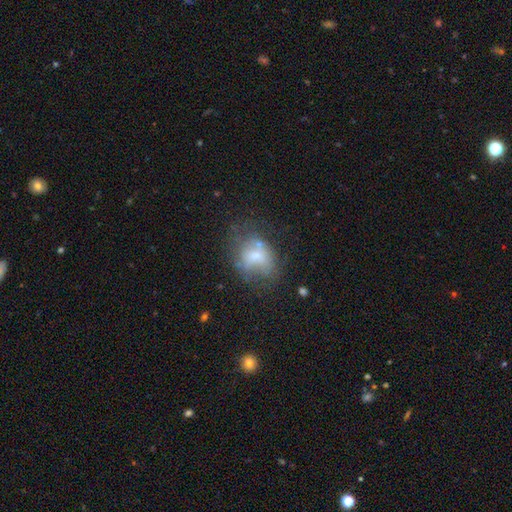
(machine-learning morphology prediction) Smooth or featured?
  - smooth: 49% *
  - featured or disk: 39%
  - star or artifact: 12%
Merging?
  - none: 39% *
  - major disturbance: 26%
  - minor disturbance: 25%
  - merger: 10%